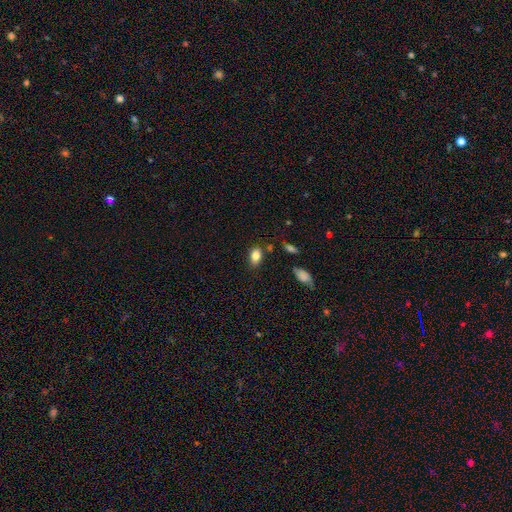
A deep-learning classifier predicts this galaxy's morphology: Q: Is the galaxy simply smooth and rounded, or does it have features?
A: smooth — 84%.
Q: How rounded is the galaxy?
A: in between — 85%.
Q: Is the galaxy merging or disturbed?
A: none — 78%.